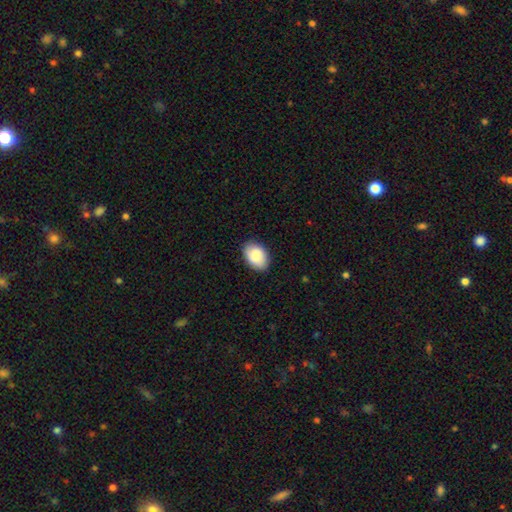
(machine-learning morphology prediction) The model was most divided on "how rounded": in between: 85%, round: 14%, cigar-shaped: 1%. More confident: smooth or featured — smooth (88%); merging — none (85%).